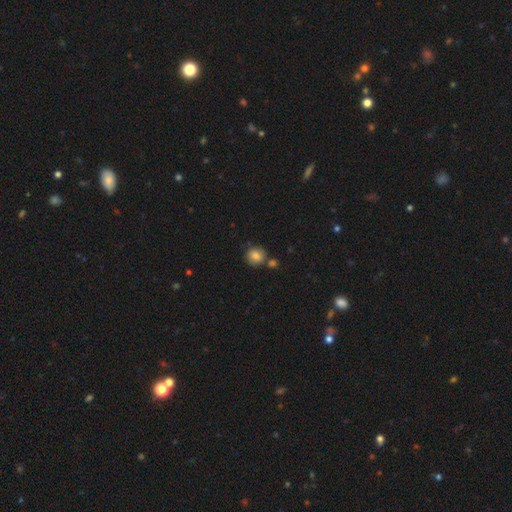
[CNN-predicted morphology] This appears to be a smooth galaxy with no disk features (83%) that is round (83%). Merging: none (70%).